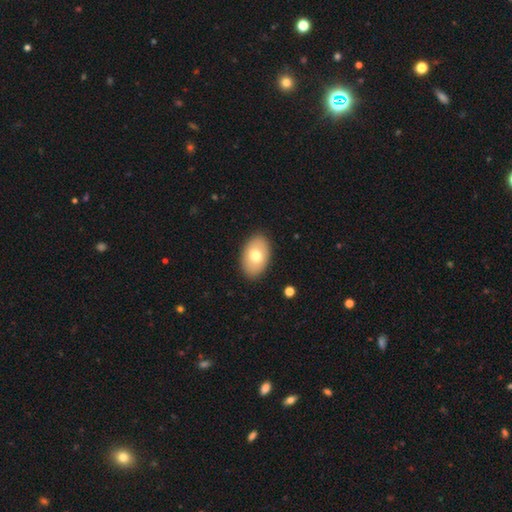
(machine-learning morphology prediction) Overall: smooth (71%). How rounded: in between (89%). Merging: none (88%).